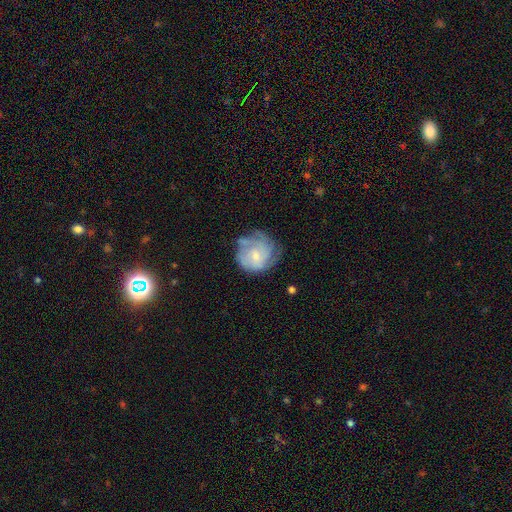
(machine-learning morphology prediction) featured or disk 62%, smooth 31%, star or artifact 7%. Down the decision tree: edge-on disk — no (98%); bar — no (67%); spiral arms — yes (80%); bulge size — small (63%); merging — none (52%).